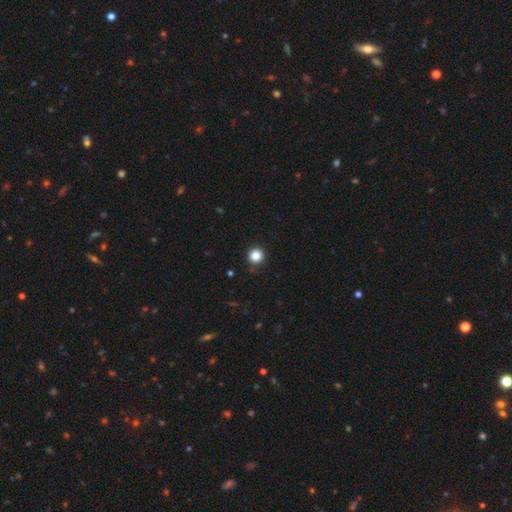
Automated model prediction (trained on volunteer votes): smooth_or_featured: smooth (p=0.85) [alt: star or artifact p=0.12]
how_rounded: round (p=0.95) [alt: in between p=0.04]
merging: none (p=0.91) [alt: minor disturbance p=0.06]